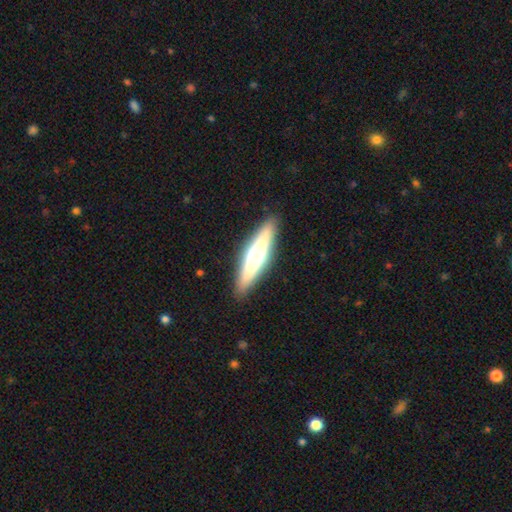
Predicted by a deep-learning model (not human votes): Morphology: type=featured or disk (51%); edge-on=yes (93%); merging=none (89%).